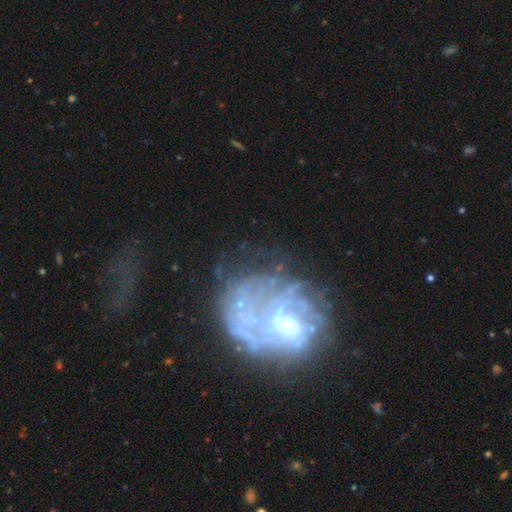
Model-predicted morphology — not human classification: This appears to be a featured or disk galaxy (69%) with no bar (66%), no spiral arms (53%) and a moderate central bulge (47%). Merging: major disturbance (37%).